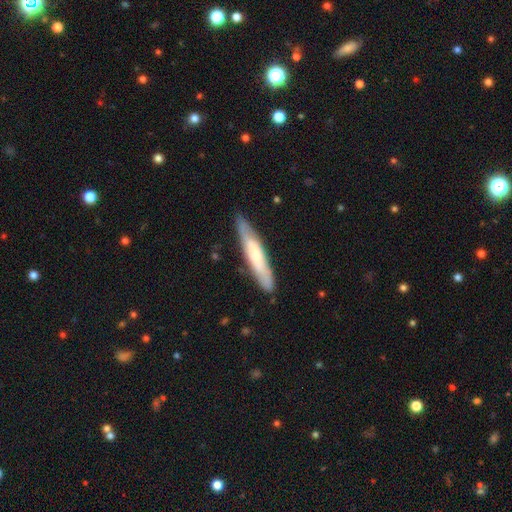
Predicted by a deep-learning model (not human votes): smooth_or_featured: smooth (p=0.53) [alt: featured or disk p=0.41]
how_rounded: cigar-shaped (p=0.89) [alt: in between p=0.09]
merging: none (p=0.83) [alt: minor disturbance p=0.13]